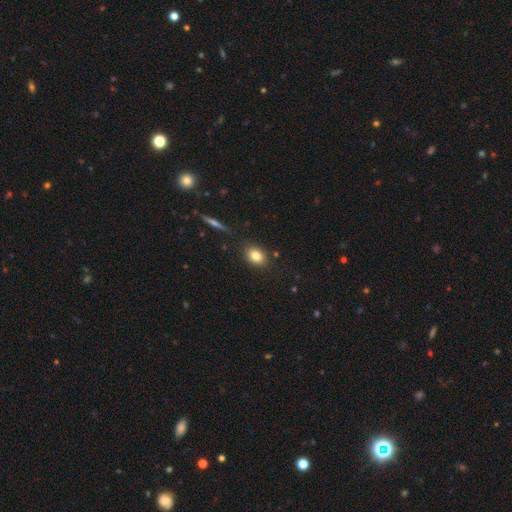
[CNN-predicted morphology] This is clearly a smooth galaxy (82%). How rounded: likely in between (67%). Merging: clearly none (85%).